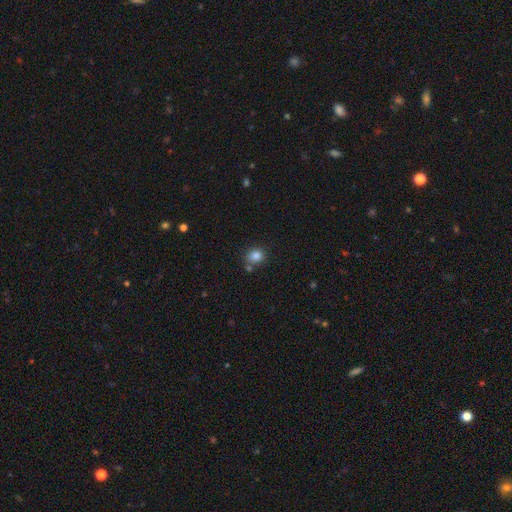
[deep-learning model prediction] The model was most divided on "how rounded": round: 68%, in between: 31%, cigar-shaped: 1%. More confident: smooth or featured — smooth (84%); merging — none (73%).